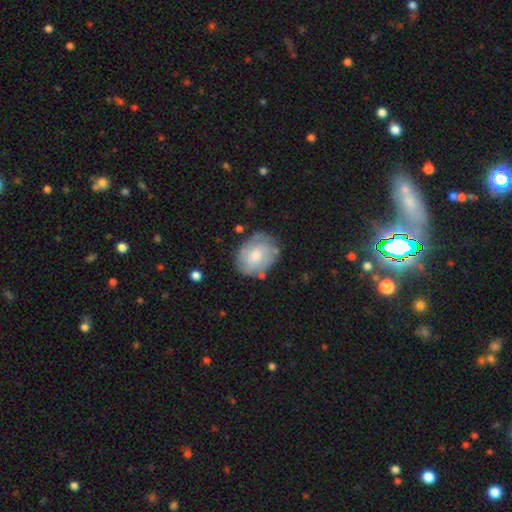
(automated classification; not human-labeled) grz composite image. It shows a smooth galaxy with no disk features (55%) that is in between round and cigar-shaped (58%). Merging: none (66%).